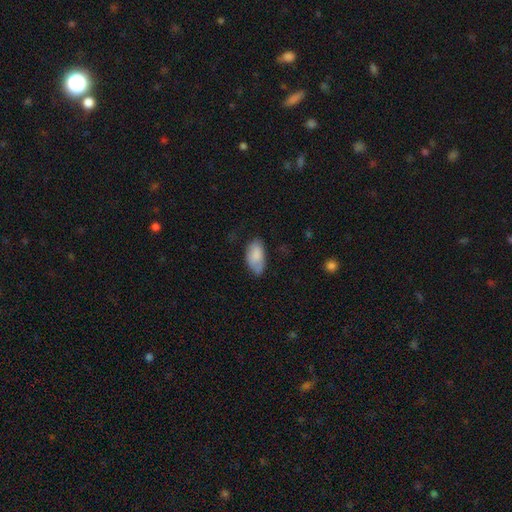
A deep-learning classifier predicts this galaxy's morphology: smooth_or_featured: smooth (p=0.83) [alt: featured or disk p=0.10]
how_rounded: in between (p=0.94) [alt: round p=0.03]
merging: none (p=0.60) [alt: minor disturbance p=0.31]